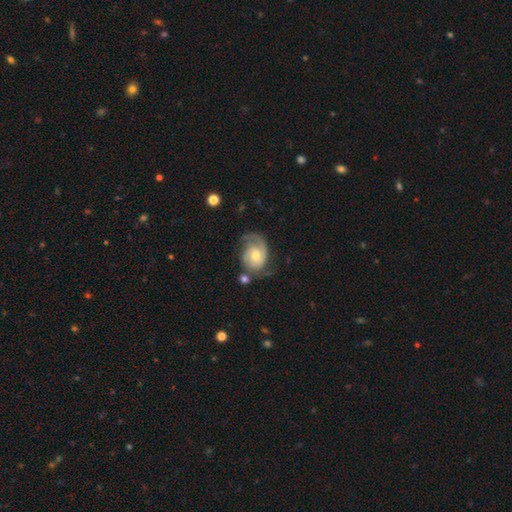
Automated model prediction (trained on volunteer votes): This is clearly a featured or disk galaxy (82%). It is clearly not viewed edge-on (97%). Bar: likely no (65%). Spiral arm pattern: clearly yes (95%). Spiral arm count: likely 2 (63%). Spiral winding: marginally tight (44%). Central bulge: likely moderate (63%). Merging: possibly none (53%).